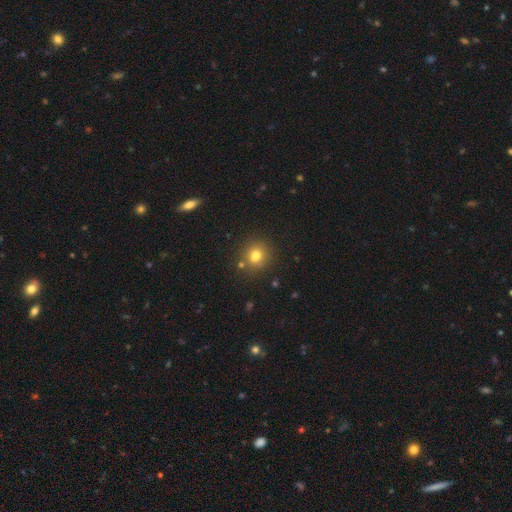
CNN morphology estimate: Overall: smooth (77%). How rounded: round (80%). Merging: none (77%).